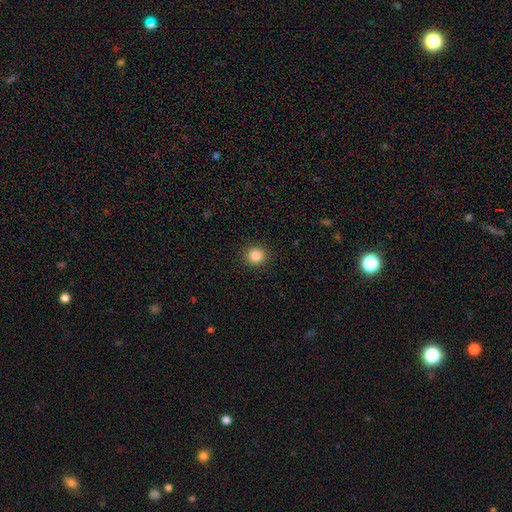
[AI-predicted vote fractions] Smooth or featured?
  - smooth: 85% *
  - star or artifact: 11%
  - featured or disk: 4%
How rounded?
  - round: 89% *
  - in between: 10%
  - cigar-shaped: 1%
Merging?
  - none: 91% *
  - minor disturbance: 6%
  - major disturbance: 2%
  - merger: 1%